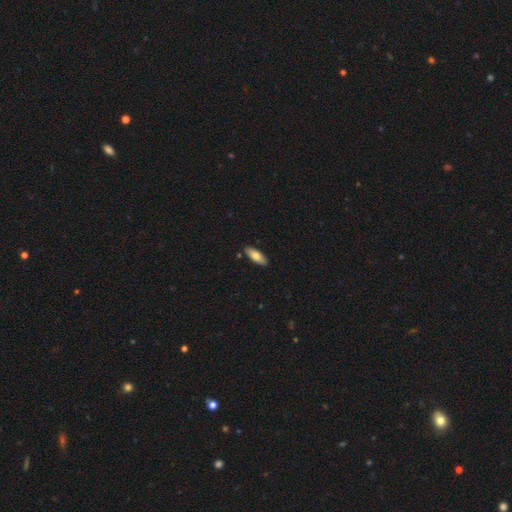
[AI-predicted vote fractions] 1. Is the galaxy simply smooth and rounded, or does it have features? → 76% smooth, 18% featured or disk, 6% star or artifact.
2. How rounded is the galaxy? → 74% in between, 24% cigar-shaped, 2% round.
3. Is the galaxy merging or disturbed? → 88% none, 9% minor disturbance, 2% merger, 2% major disturbance.